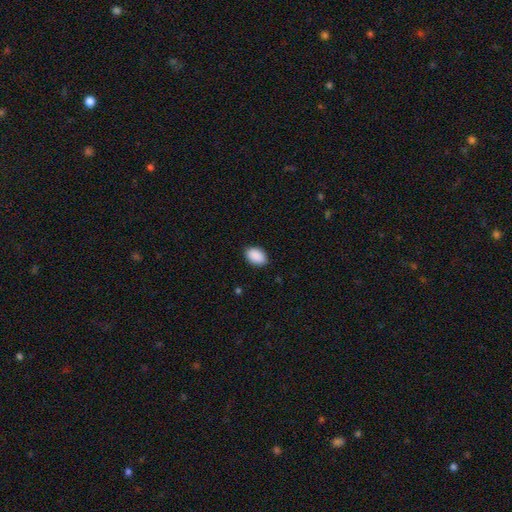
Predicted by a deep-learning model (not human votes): Morphology: type=smooth (91%); roundness=in between (88%); merging=none (86%).